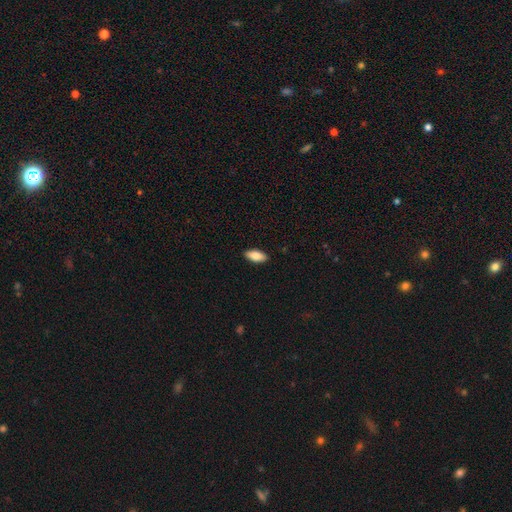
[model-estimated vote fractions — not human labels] Morphology: type=smooth (85%); roundness=in between (88%); merging=none (89%).